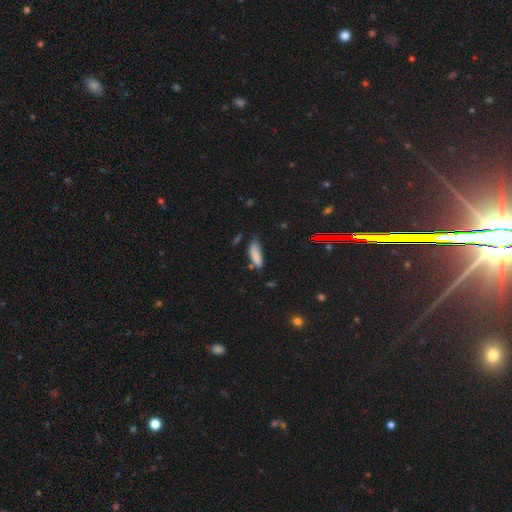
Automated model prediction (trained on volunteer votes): Smooth or featured? Predicted: smooth (p=0.84). How rounded? Predicted: in between (p=0.51). Merging? Predicted: none (p=0.59).